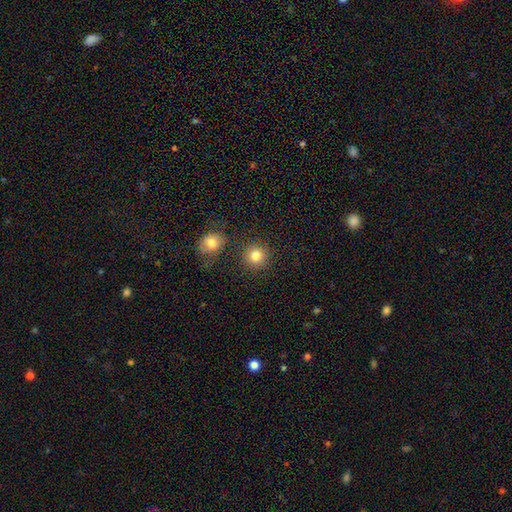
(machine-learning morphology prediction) Smooth or featured? Predicted: smooth (p=0.83). How rounded? Predicted: round (p=0.92). Merging? Predicted: none (p=0.84).